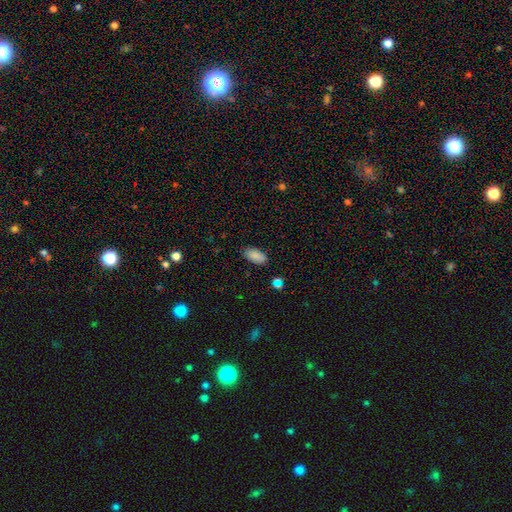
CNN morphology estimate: Smooth or featured? smooth (87%)
How rounded? in between (94%)
Merging? none (83%)